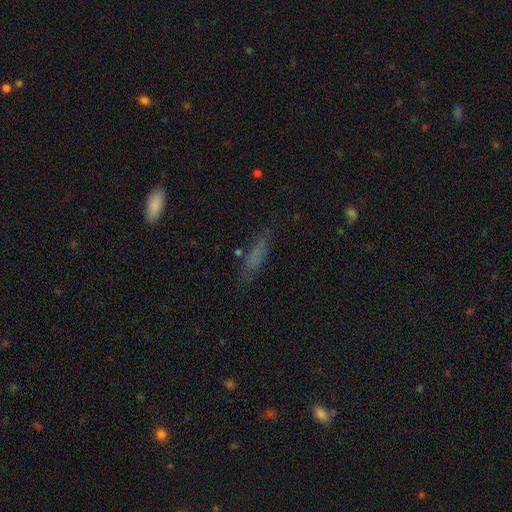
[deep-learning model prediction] Smooth or featured? smooth (62%)
How rounded? cigar-shaped (67%)
Merging? none (71%)